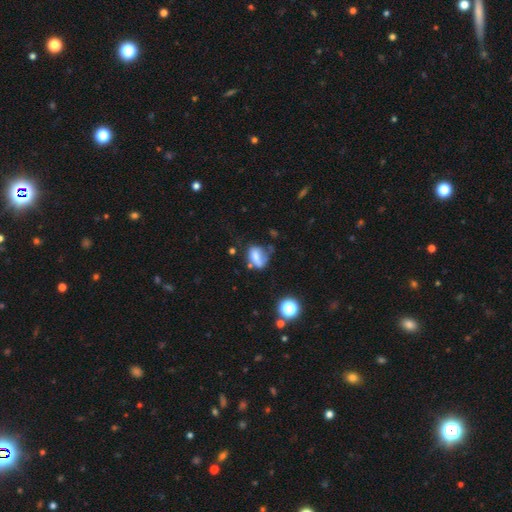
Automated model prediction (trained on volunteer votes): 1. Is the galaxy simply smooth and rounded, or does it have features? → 56% smooth, 32% featured or disk, 12% star or artifact.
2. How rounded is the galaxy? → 75% in between, 22% round, 3% cigar-shaped.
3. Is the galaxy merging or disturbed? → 33% none, 28% minor disturbance, 28% major disturbance, 12% merger.